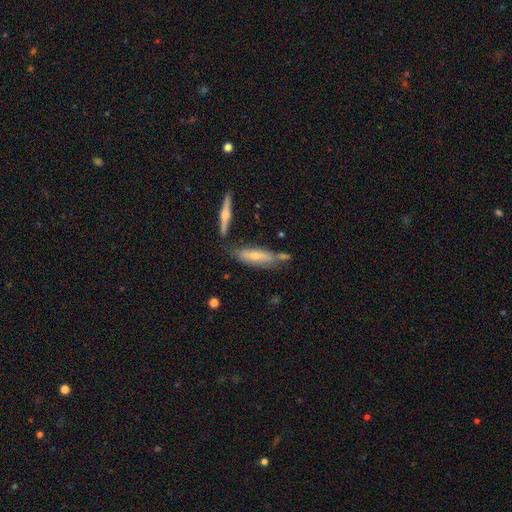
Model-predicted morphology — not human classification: Q: Smooth or featured?
A: smooth (51%); runner-up: featured or disk (42%)
Q: How rounded?
A: cigar-shaped (57%); runner-up: in between (41%)
Q: Merging?
A: none (57%); runner-up: minor disturbance (21%)